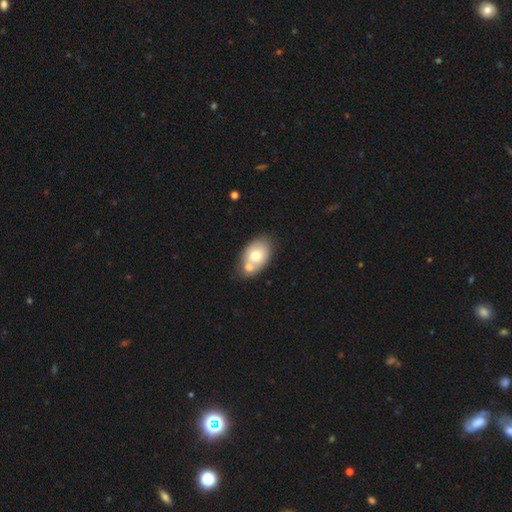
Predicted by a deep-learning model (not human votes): Morphology: type=smooth (67%); roundness=in between (86%); merging=none (47%).